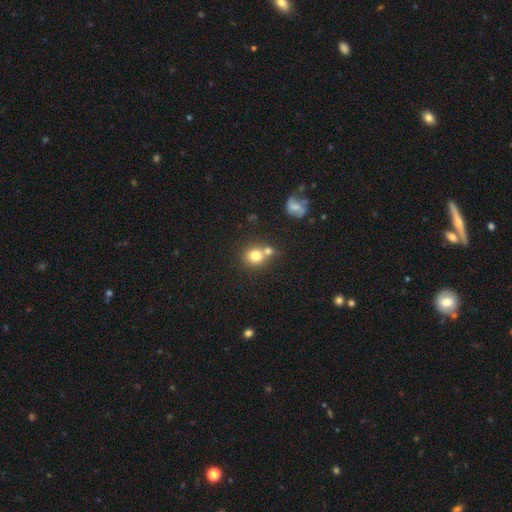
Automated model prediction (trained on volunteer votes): Q: Smooth or featured?
A: smooth (78%); runner-up: featured or disk (11%)
Q: How rounded?
A: round (81%); runner-up: in between (18%)
Q: Merging?
A: none (50%); runner-up: merger (38%)